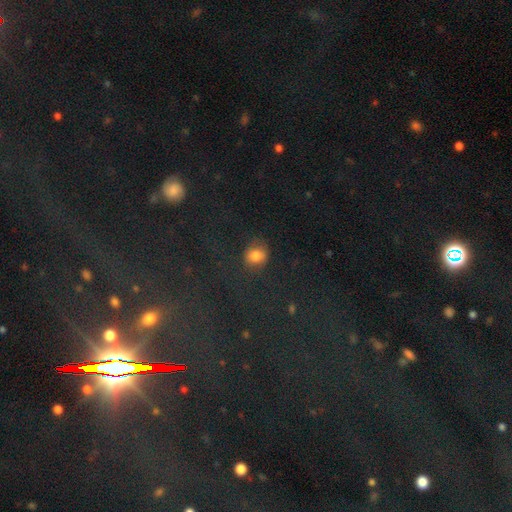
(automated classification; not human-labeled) This is likely a smooth galaxy (74%). How rounded: likely round (68%). Merging: likely none (71%).